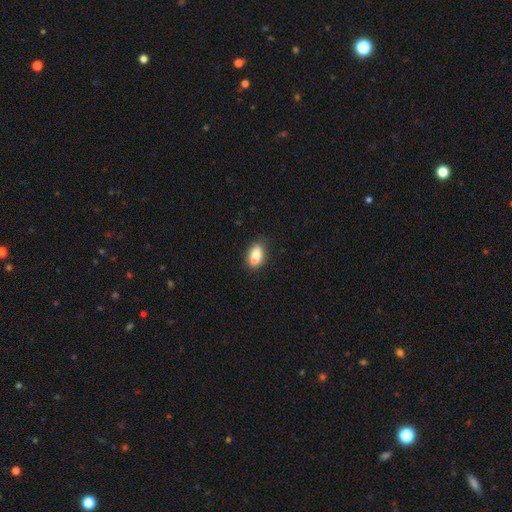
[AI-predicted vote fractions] Smooth or featured?
  - smooth: 78% *
  - featured or disk: 14%
  - star or artifact: 8%
How rounded?
  - in between: 84% *
  - round: 11%
  - cigar-shaped: 4%
Merging?
  - none: 54% *
  - merger: 25%
  - minor disturbance: 17%
  - major disturbance: 4%